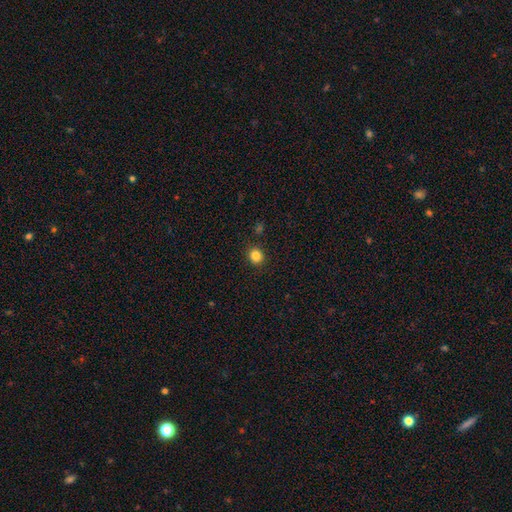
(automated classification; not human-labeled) This is clearly a smooth galaxy (84%). How rounded: clearly round (86%). Merging: clearly none (90%).